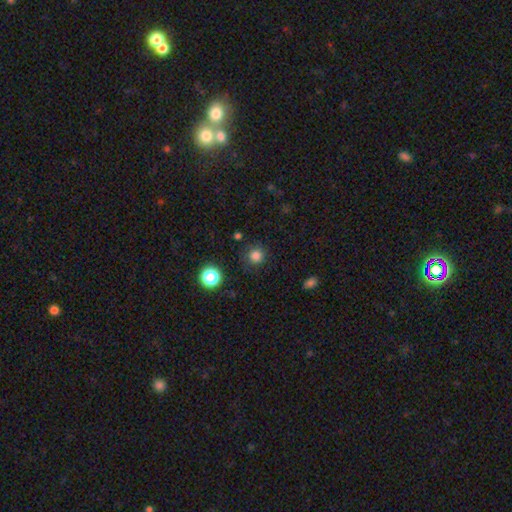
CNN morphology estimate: Overall: smooth (82%). How rounded: round (93%). Merging: none (83%).